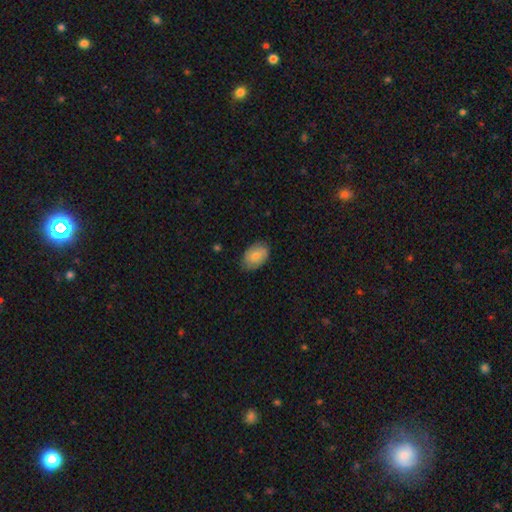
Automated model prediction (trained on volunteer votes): Smooth or featured: smooth — 75% (featured or disk — 19%)
How rounded: in between — 87% (round — 11%)
Merging: none — 79% (minor disturbance — 17%)